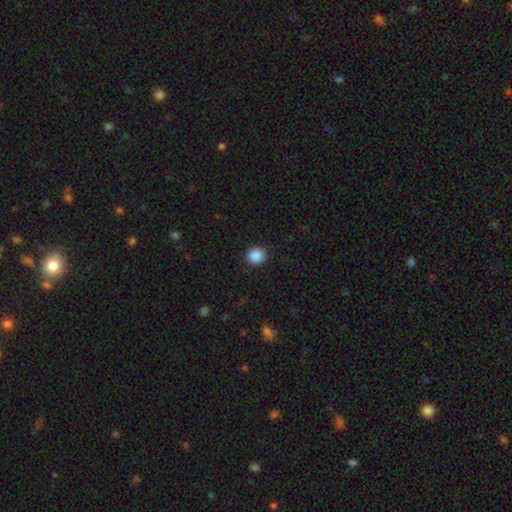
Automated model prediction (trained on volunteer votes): This is clearly a smooth galaxy (88%). How rounded: clearly round (88%). Merging: clearly none (91%).